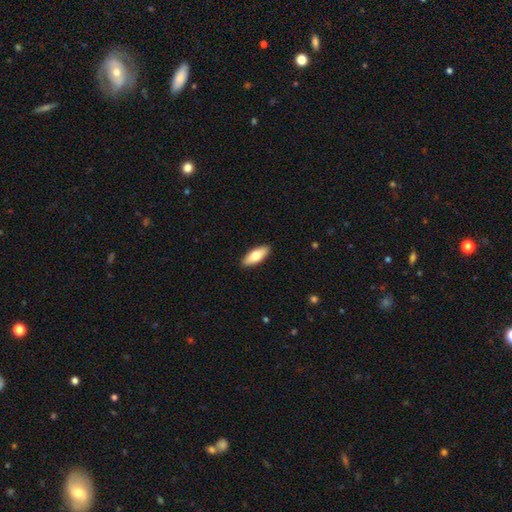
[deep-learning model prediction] Smooth or featured: smooth — 73% (featured or disk — 21%)
How rounded: in between — 73% (cigar-shaped — 25%)
Merging: none — 91% (minor disturbance — 7%)